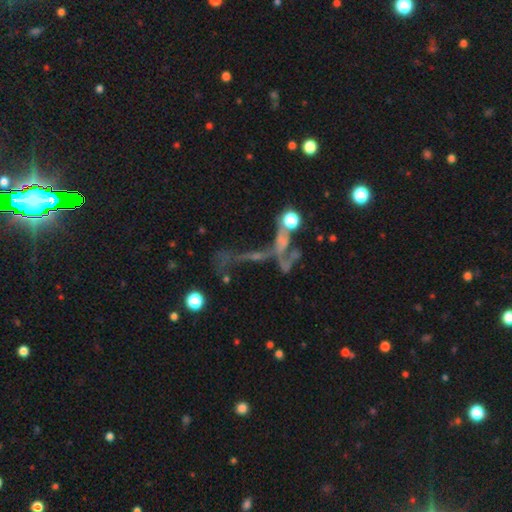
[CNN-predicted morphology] A featured or disk galaxy (41%). Merging: merger (32%).